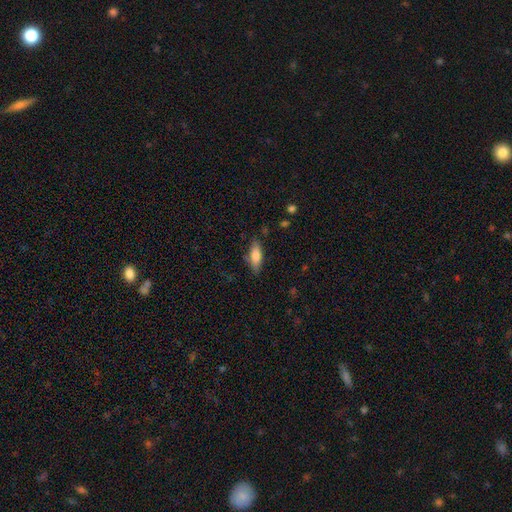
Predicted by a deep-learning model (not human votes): A smooth galaxy with no disk features (75%) that is in between round and cigar-shaped (64%). Merging: none (77%).